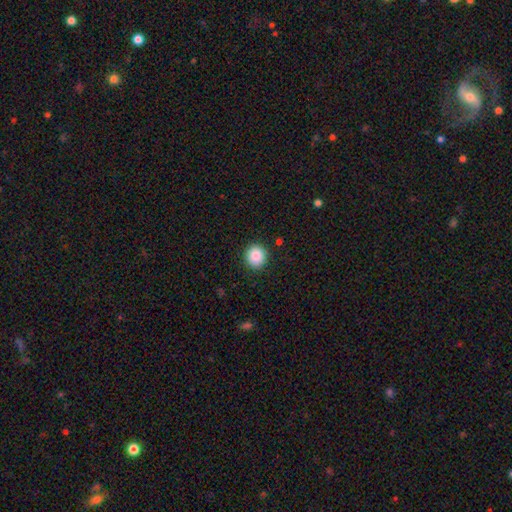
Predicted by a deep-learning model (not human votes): Overall: smooth (88%). How rounded: round (88%). Merging: none (90%).